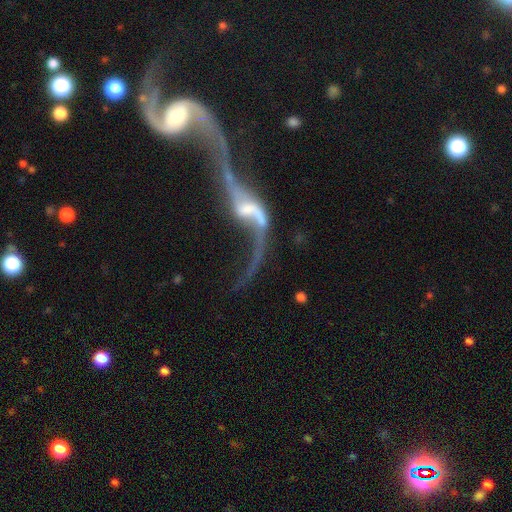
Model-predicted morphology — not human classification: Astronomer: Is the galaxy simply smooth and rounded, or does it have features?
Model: featured or disk — 83%.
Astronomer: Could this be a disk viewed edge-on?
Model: no — 90%.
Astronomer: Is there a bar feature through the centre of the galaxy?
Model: no — 43% (runner-up: weak, 36%).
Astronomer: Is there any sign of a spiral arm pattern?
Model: yes — 84%.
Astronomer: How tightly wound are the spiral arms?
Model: loose — 90%.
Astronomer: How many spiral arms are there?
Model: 2 — 81%.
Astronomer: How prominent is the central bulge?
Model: small — 40% (runner-up: moderate, 36%).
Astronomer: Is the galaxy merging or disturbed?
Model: merger — 70%.